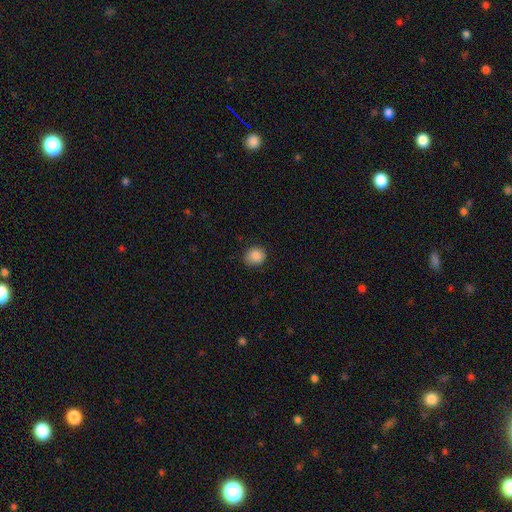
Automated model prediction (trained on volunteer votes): smooth_or_featured: smooth (p=0.87) [alt: star or artifact p=0.09]
how_rounded: round (p=0.70) [alt: in between p=0.29]
merging: none (p=0.82) [alt: minor disturbance p=0.14]